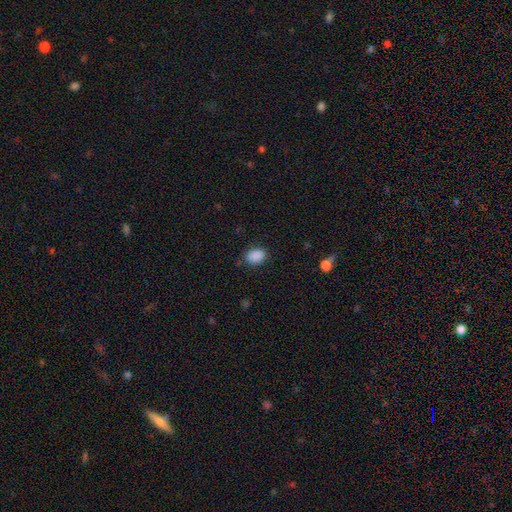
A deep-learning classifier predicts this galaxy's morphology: Smooth or featured? smooth (89%)
How rounded? in between (74%)
Merging? none (83%)